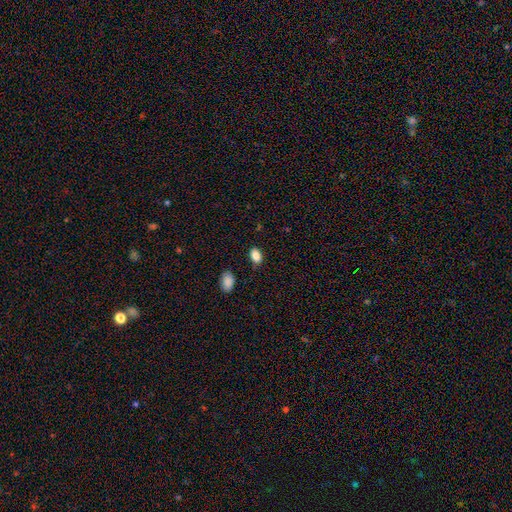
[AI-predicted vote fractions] Smooth or featured? Predicted: smooth (p=0.87). How rounded? Predicted: in between (p=0.86). Merging? Predicted: none (p=0.83).